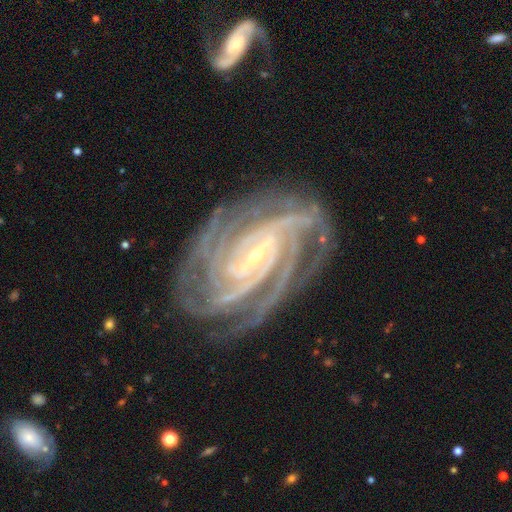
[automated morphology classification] smooth_or_featured: featured or disk (p=0.93) [alt: star or artifact p=0.05]
disk_edge_on: no (p=0.97) [alt: yes p=0.03]
bar: strong (p=0.42) [alt: weak p=0.38]
has_spiral_arms: yes (p=0.99) [alt: no p=0.01]
spiral_winding: tight (p=0.75) [alt: medium p=0.23]
spiral_arm_count: 4 (p=0.38) [alt: 3 p=0.21]
bulge_size: small (p=0.78) [alt: moderate p=0.18]
merging: none (p=0.77) [alt: minor disturbance p=0.15]